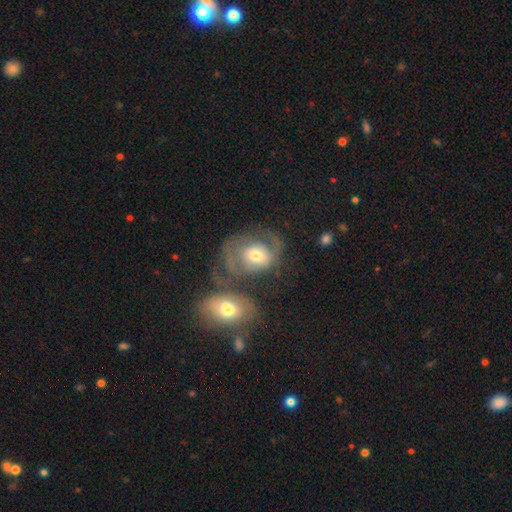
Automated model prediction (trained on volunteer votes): A featured or disk galaxy (57%) with no bar (71%), spiral arms (71%) and a moderate central bulge (63%).

Vote fractions:
- Smooth or featured? featured or disk: 57% / smooth: 35% / star or artifact: 8%
- Edge-on disk? no: 96% / yes: 4%
- Bar? no: 71% / weak: 23% / strong: 5%
- Spiral arms? yes: 71% / no: 29%
- Bulge size? moderate: 63% / small: 22% / large: 12% / dominant: 2% / none: 2%
- Merging? merger: 42% / none: 24% / major disturbance: 21% / minor disturbance: 13%